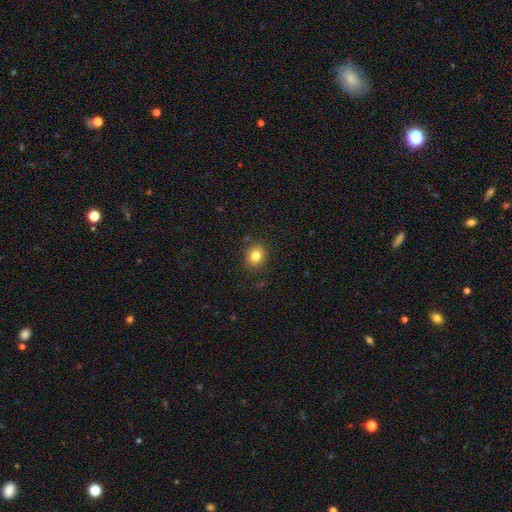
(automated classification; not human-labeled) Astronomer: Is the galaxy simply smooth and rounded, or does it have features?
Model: smooth — 81%.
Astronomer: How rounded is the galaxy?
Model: round — 76%.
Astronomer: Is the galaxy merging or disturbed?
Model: none — 88%.